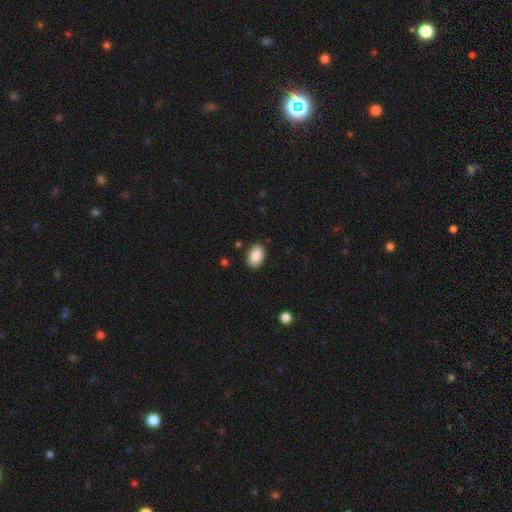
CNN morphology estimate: smooth 88%, star or artifact 7%, featured or disk 5%. Down the decision tree: how rounded — in between (92%); merging — none (87%).